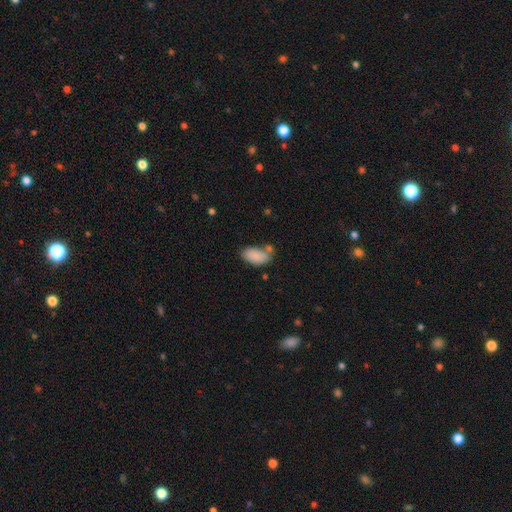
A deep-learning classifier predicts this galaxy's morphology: Smooth or featured? Predicted: smooth (p=0.87). How rounded? Predicted: in between (p=0.94). Merging? Predicted: none (p=0.57).